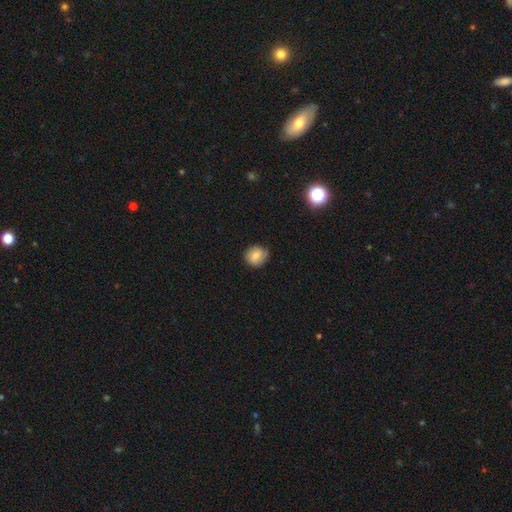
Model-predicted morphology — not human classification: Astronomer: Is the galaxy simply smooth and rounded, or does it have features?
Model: smooth — 76%.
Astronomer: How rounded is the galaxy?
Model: round — 86%.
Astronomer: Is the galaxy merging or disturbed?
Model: none — 73%.